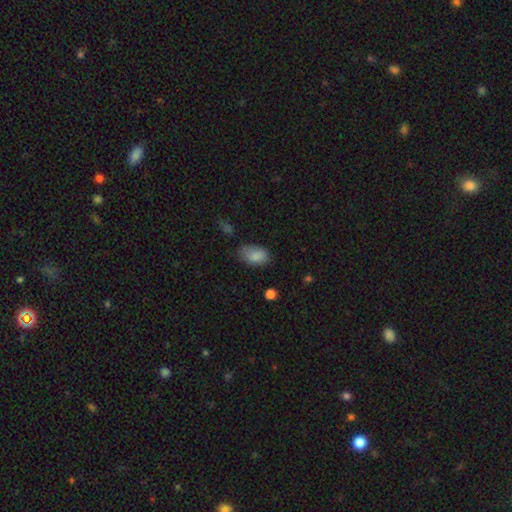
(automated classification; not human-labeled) smooth 87%, star or artifact 8%, featured or disk 6%. Down the decision tree: how rounded — in between (92%); merging — none (67%).